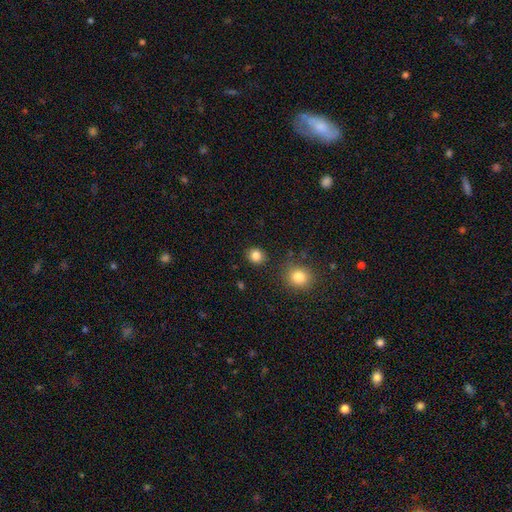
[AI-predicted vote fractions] Smooth or featured? smooth (84%)
How rounded? round (78%)
Merging? none (88%)